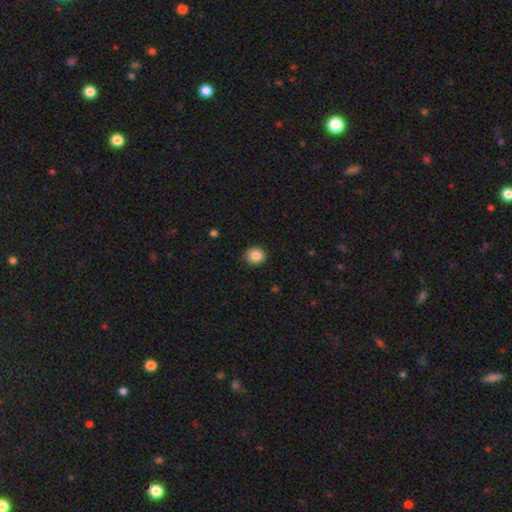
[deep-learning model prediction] Smooth or featured: smooth — 86% (star or artifact — 9%)
How rounded: round — 82% (in between — 17%)
Merging: none — 88% (minor disturbance — 9%)